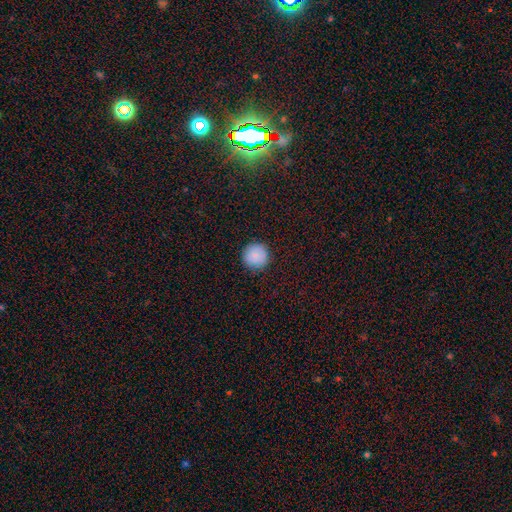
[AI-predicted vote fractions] The model was most divided on "smooth or featured": smooth: 88%, star or artifact: 8%, featured or disk: 4%. More confident: how rounded — round (96%); merging — none (91%).